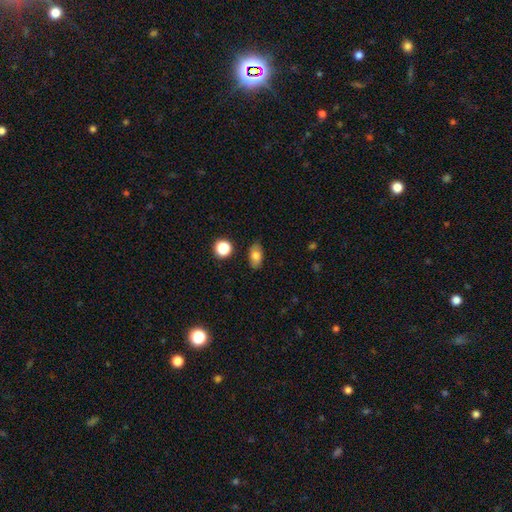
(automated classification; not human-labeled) smooth-or-featured: smooth: 77% | featured or disk: 14% | star or artifact: 9%
  how-rounded: in between: 87% | round: 9% | cigar-shaped: 3%
  merging: none: 84% | minor disturbance: 11% | major disturbance: 2% | merger: 2%